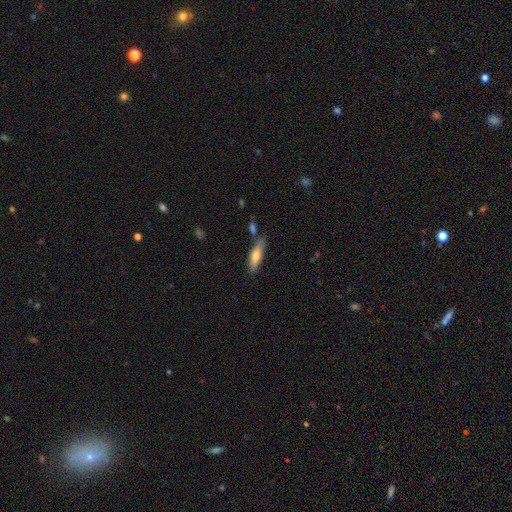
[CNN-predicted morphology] smooth-or-featured: smooth: 67% | featured or disk: 27% | star or artifact: 6%
  how-rounded: cigar-shaped: 68% | in between: 30% | round: 2%
  merging: none: 70% | minor disturbance: 16% | merger: 11% | major disturbance: 4%